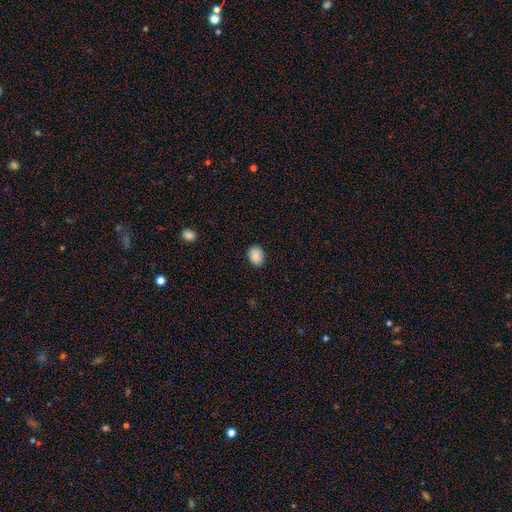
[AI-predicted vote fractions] A smooth galaxy with no disk features (88%) that is in between round and cigar-shaped (66%).

Vote fractions:
- Smooth or featured? smooth: 88% / star or artifact: 8% / featured or disk: 4%
- How rounded? in between: 66% / round: 34% / cigar-shaped: 1%
- Merging? none: 87% / minor disturbance: 10% / major disturbance: 2% / merger: 1%